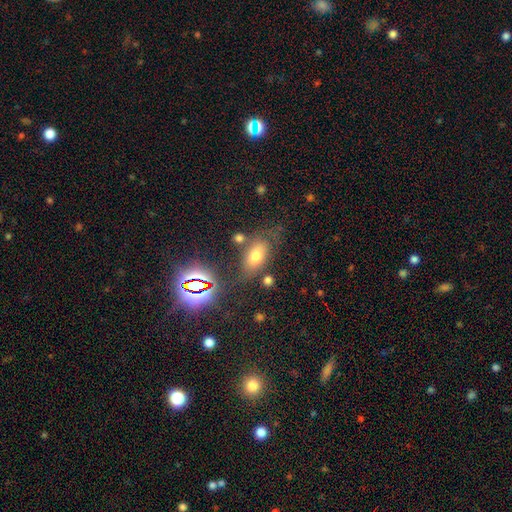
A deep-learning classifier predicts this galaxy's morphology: Overall: smooth (67%). How rounded: in between (85%). Merging: none (64%).